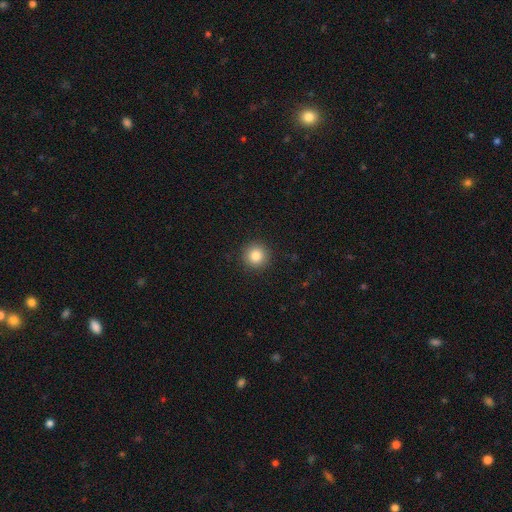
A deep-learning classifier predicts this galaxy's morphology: Smooth or featured: smooth — 84% (star or artifact — 11%)
How rounded: round — 95% (in between — 4%)
Merging: none — 92% (minor disturbance — 5%)